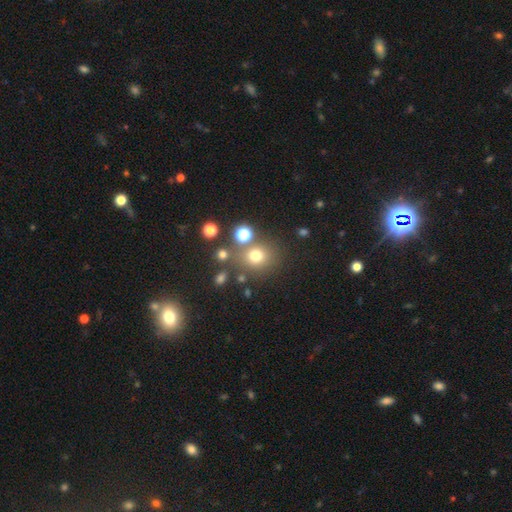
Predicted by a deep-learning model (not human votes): Smooth or featured? Predicted: smooth (p=0.70). How rounded? Predicted: round (p=0.83). Merging? Predicted: none (p=0.73).